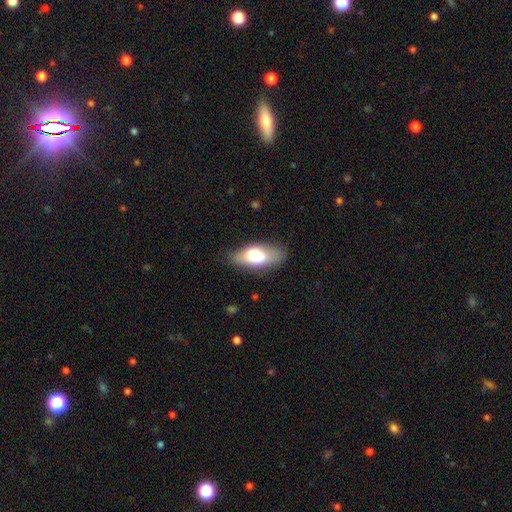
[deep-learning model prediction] Morphology: type=smooth (73%); roundness=in between (84%); merging=none (74%).